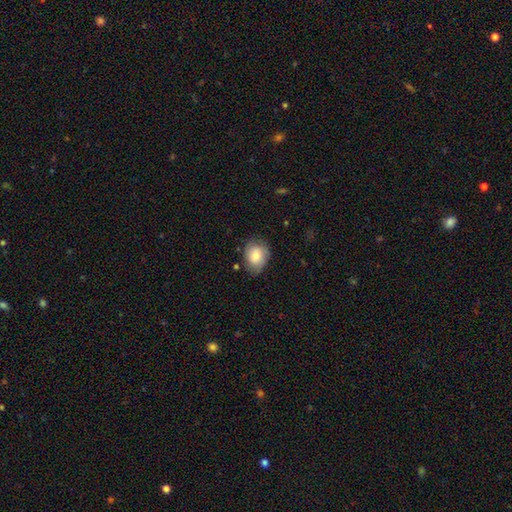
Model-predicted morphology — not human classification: Q: Smooth or featured?
A: smooth (78%); runner-up: featured or disk (15%)
Q: How rounded?
A: in between (56%); runner-up: round (43%)
Q: Merging?
A: none (70%); runner-up: minor disturbance (23%)